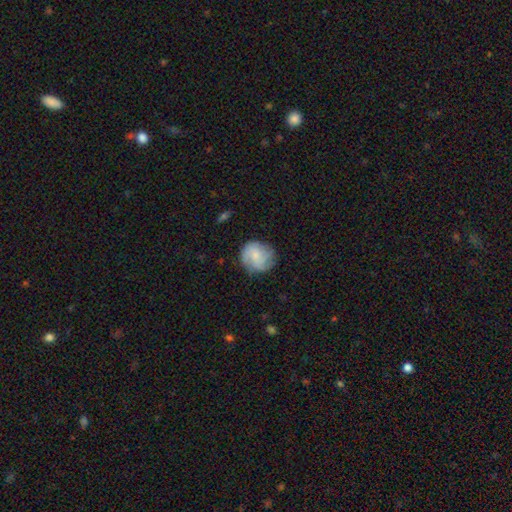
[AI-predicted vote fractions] Q: Smooth or featured?
A: featured or disk (47%); runner-up: smooth (46%)
Q: Merging?
A: none (74%); runner-up: minor disturbance (18%)